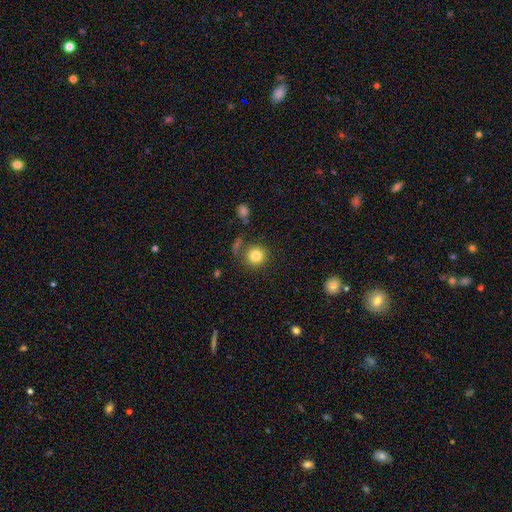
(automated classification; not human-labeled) Smooth or featured? smooth (82%)
How rounded? round (91%)
Merging? none (79%)